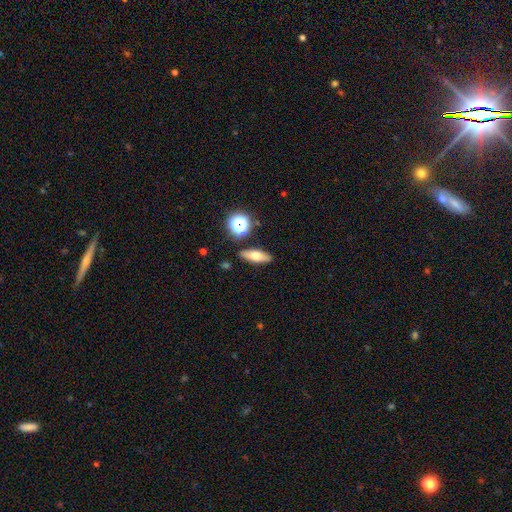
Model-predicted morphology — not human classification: Smooth or featured: smooth — 62% (featured or disk — 27%)
How rounded: in between — 56% (cigar-shaped — 37%)
Merging: none — 86% (minor disturbance — 8%)